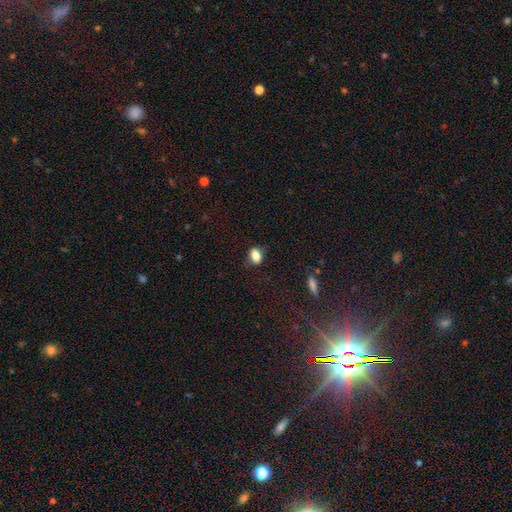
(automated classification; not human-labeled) Overall: smooth (82%). How rounded: in between (77%). Merging: none (75%).